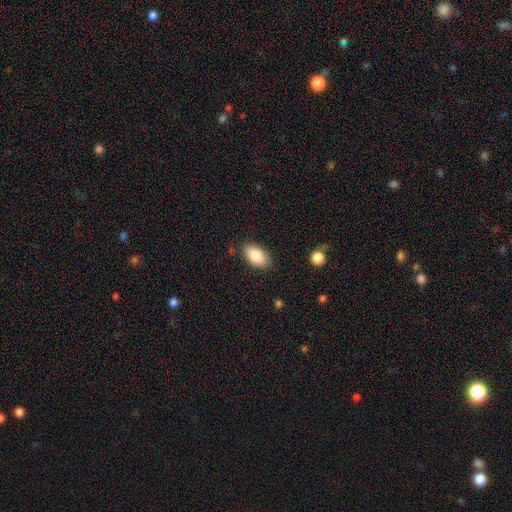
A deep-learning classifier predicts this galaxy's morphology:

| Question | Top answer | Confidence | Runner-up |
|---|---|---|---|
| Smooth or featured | smooth | 84% | featured or disk (9%) |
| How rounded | in between | 93% | round (4%) |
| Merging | none | 84% | minor disturbance (12%) |